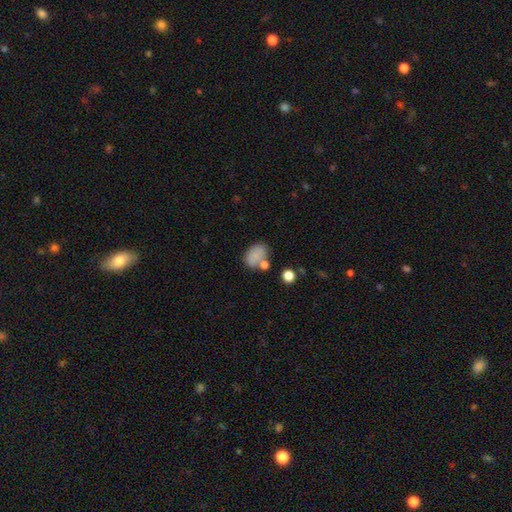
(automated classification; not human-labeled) This is clearly a smooth galaxy (80%). How rounded: clearly in between (81%). Merging: possibly none (56%).